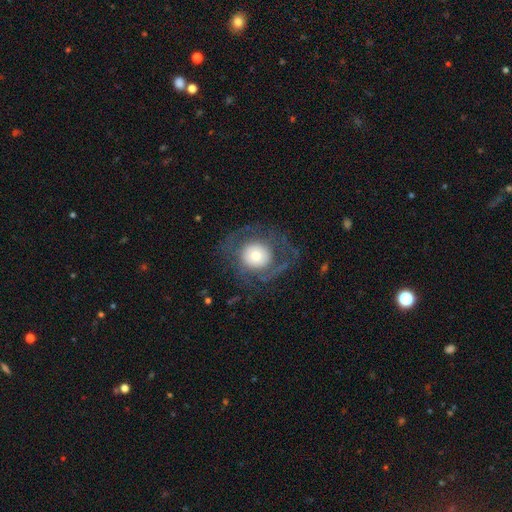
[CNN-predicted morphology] This is possibly a featured or disk galaxy (55%). It is clearly not viewed edge-on (96%). Bar: clearly no (85%). Spiral arm pattern: possibly yes (59%). Central bulge: marginally moderate (45%). Merging: likely none (64%).